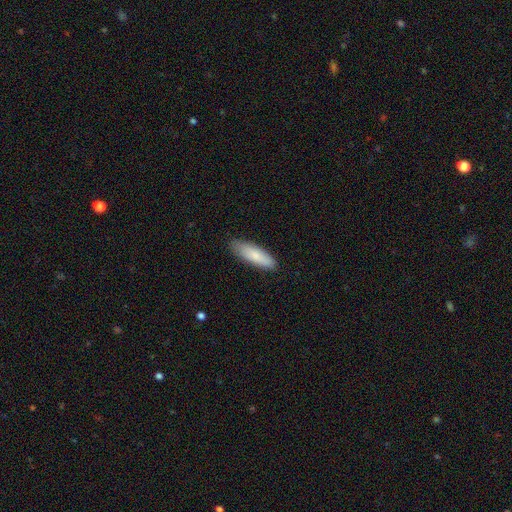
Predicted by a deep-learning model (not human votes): Morphology: type=smooth (82%); roundness=cigar-shaped (53%); merging=none (84%).